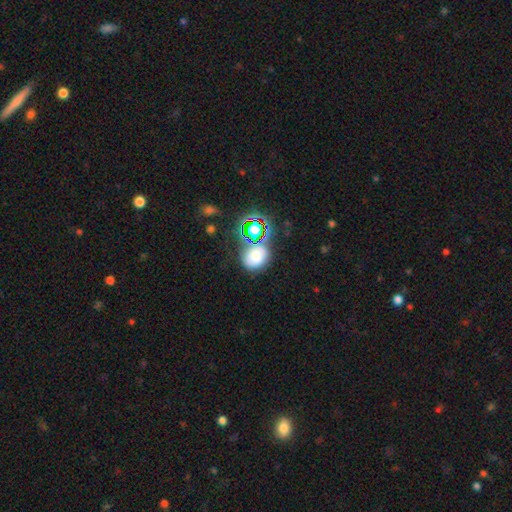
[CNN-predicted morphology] Smooth or featured?
  - smooth: 60% *
  - star or artifact: 26%
  - featured or disk: 15%
How rounded?
  - round: 55% *
  - in between: 44%
  - cigar-shaped: 1%
Merging?
  - none: 63% *
  - minor disturbance: 18%
  - merger: 12%
  - major disturbance: 7%